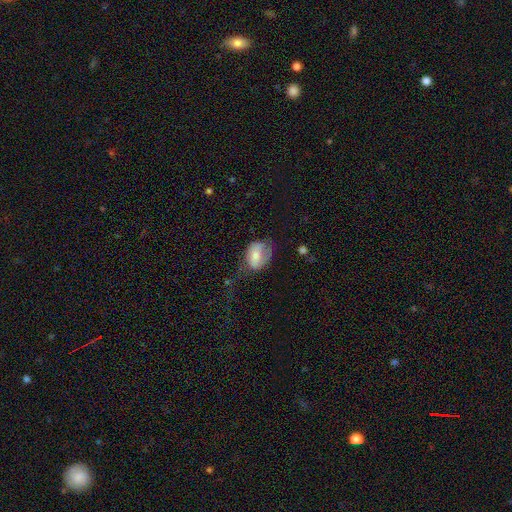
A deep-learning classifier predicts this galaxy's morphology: This appears to be a smooth galaxy with no disk features (65%) that is in between round and cigar-shaped (82%). Merging: none (34%).